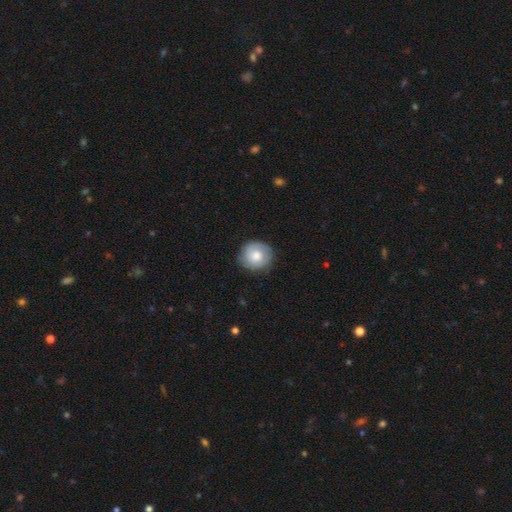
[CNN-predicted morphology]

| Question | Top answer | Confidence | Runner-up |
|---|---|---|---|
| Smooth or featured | smooth | 71% | featured or disk (23%) |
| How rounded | round | 87% | in between (12%) |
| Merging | none | 82% | minor disturbance (14%) |